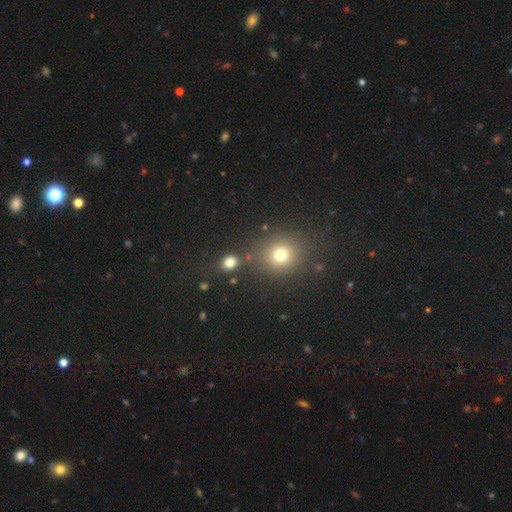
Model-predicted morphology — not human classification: smooth_or_featured: smooth (p=0.57) [alt: star or artifact p=0.35]
how_rounded: round (p=0.81) [alt: in between p=0.18]
merging: none (p=0.78) [alt: merger p=0.10]